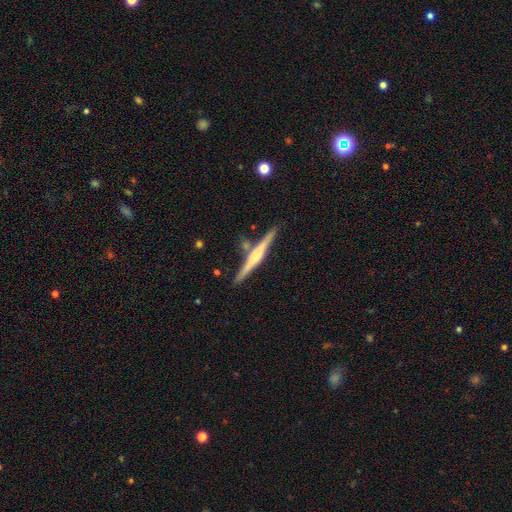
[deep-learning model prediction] Overall: featured or disk (70%). Edge-on disk: yes (98%). Edge-on bulge: rounded (59%; boxy 23%). Merging: none (80%).